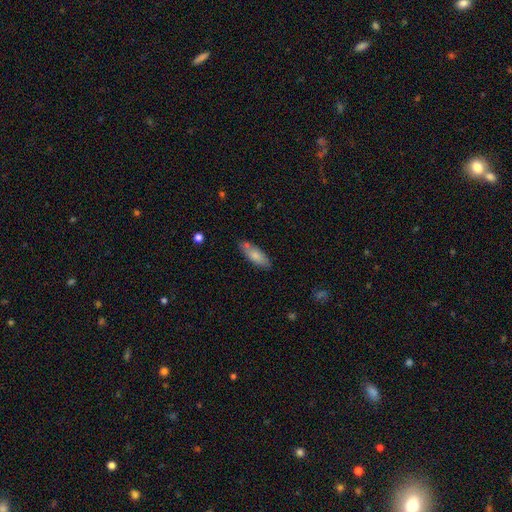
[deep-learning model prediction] Q: Smooth or featured?
A: smooth (78%); runner-up: featured or disk (16%)
Q: How rounded?
A: in between (64%); runner-up: cigar-shaped (34%)
Q: Merging?
A: none (72%); runner-up: minor disturbance (17%)